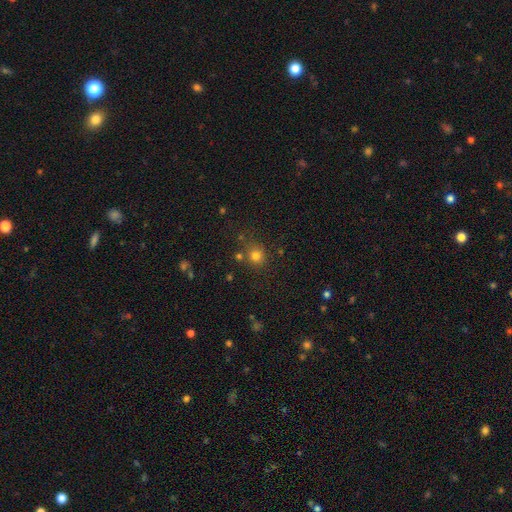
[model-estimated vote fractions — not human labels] Smooth or featured? Predicted: smooth (p=0.76). How rounded? Predicted: round (p=0.87). Merging? Predicted: none (p=0.77).